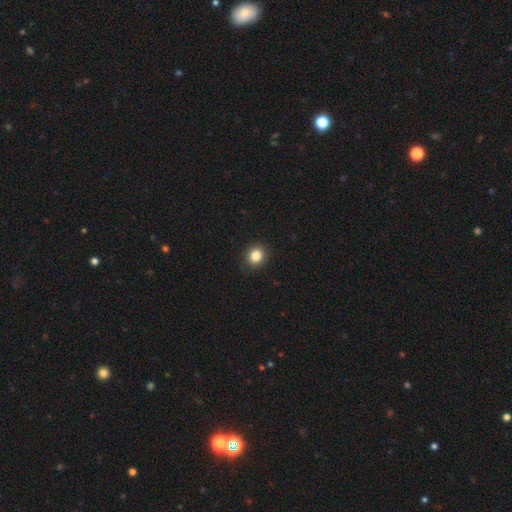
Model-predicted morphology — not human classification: This appears to be a smooth galaxy with no disk features (86%) that is round (71%). Merging: none (90%).